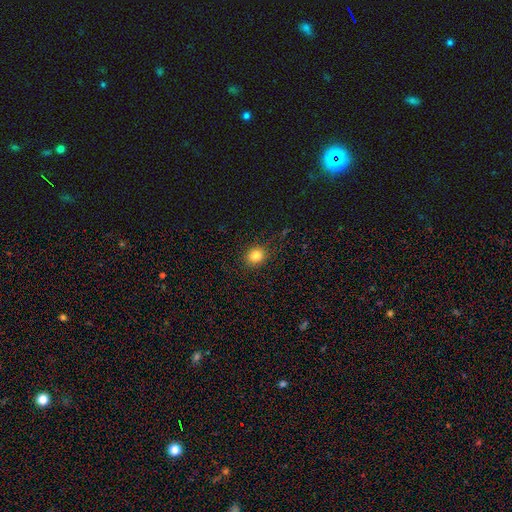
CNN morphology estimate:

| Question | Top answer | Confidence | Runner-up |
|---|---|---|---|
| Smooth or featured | smooth | 83% | star or artifact (12%) |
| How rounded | round | 73% | in between (26%) |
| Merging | none | 88% | minor disturbance (8%) |